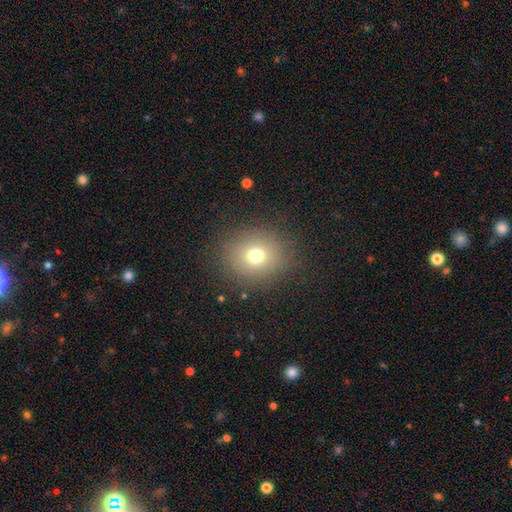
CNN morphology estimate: A smooth galaxy with no disk features (71%) that is round (77%). Merging: none (89%).